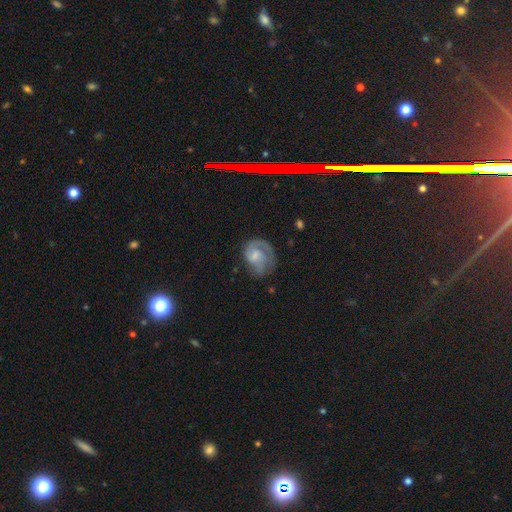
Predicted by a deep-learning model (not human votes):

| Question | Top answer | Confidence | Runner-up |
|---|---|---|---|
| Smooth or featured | featured or disk | 62% | smooth (31%) |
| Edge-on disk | no | 98% | yes (2%) |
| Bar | no | 50% | weak (43%) |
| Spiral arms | yes | 84% | no (16%) |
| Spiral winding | medium | 42% | tight (37%) |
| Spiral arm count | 2 | 36% | 1 (33%) |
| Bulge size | small | 39% | moderate (32%) |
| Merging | none | 50% | minor disturbance (25%) |